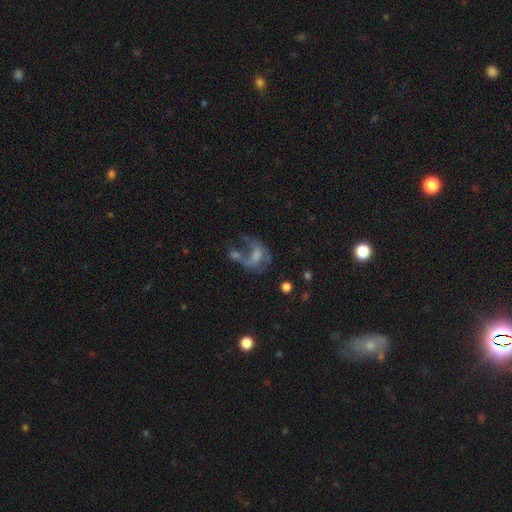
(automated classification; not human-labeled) The model was most divided on "bulge size": none: 37%, moderate: 29%, small: 25%, large: 7%, dominant: 2%. Remaining: edge-on disk — no (97%); bar — no (67%); spiral arms — no (60%); smooth or featured — featured or disk (53%); merging — major disturbance (44%).